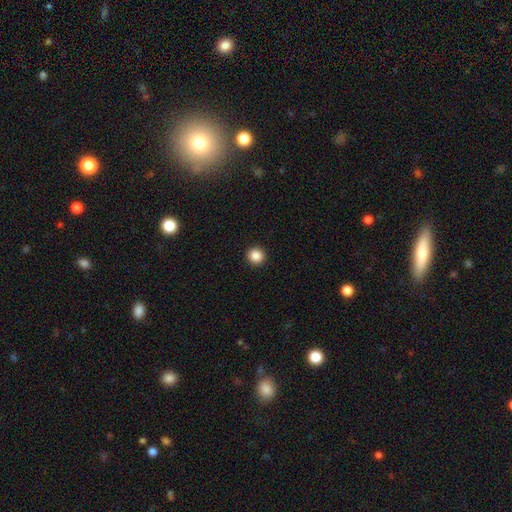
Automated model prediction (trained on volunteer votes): This appears to be a smooth galaxy with no disk features (87%) that is round (95%). Merging: none (94%).